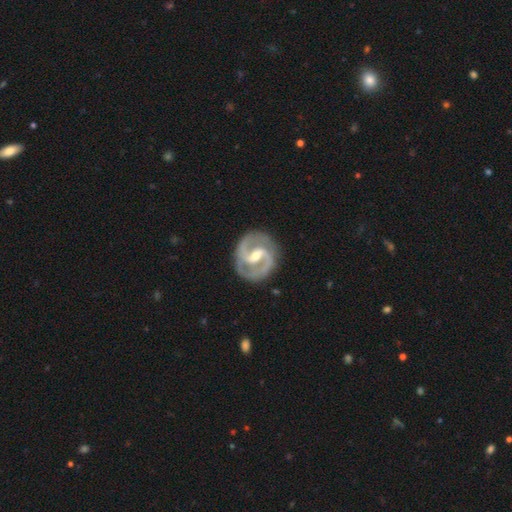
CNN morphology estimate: The model was most divided on "bar": weak: 44%, strong: 42%, no: 14%. More confident: edge-on disk — no (98%); spiral arms — yes (97%); spiral arm count — 2 (91%); smooth or featured — featured or disk (91%); merging — none (84%); bulge size — moderate (59%); spiral winding — medium (56%).